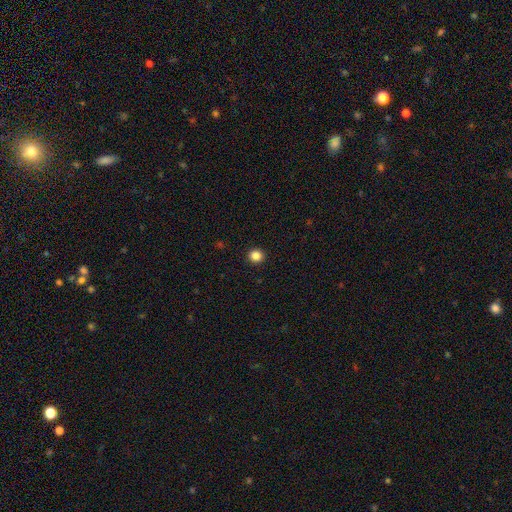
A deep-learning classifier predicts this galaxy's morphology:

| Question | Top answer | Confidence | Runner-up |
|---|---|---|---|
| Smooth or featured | smooth | 85% | star or artifact (11%) |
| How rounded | round | 93% | in between (6%) |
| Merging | none | 93% | minor disturbance (4%) |